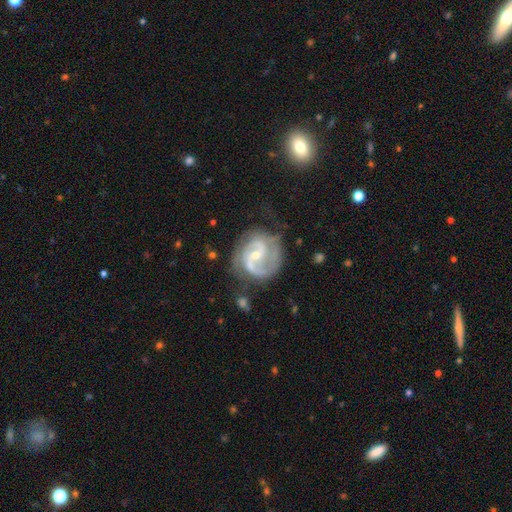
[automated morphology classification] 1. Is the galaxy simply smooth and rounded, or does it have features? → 89% featured or disk, 6% smooth, 5% star or artifact.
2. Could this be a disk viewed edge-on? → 98% no, 2% yes.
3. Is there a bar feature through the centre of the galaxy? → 48% weak, 37% no, 15% strong.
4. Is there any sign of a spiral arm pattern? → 97% yes, 3% no.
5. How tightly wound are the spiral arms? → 52% medium, 31% tight, 16% loose.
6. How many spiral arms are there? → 81% 2, 6% can't tell, 6% 3, 4% 1, 2% 4, 2% more than 4.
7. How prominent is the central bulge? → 59% small, 37% moderate, 2% none, 1% large, 1% dominant.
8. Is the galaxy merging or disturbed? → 62% none, 22% minor disturbance, 13% major disturbance, 3% merger.